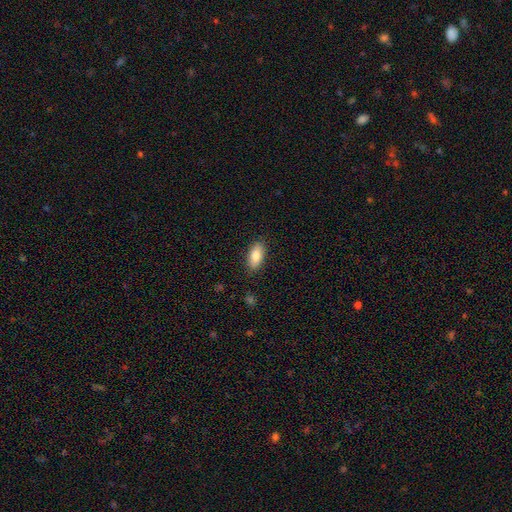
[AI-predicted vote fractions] smooth_or_featured: smooth (p=0.84) [alt: featured or disk p=0.10]
how_rounded: in between (p=0.88) [alt: cigar-shaped p=0.09]
merging: none (p=0.87) [alt: minor disturbance p=0.10]